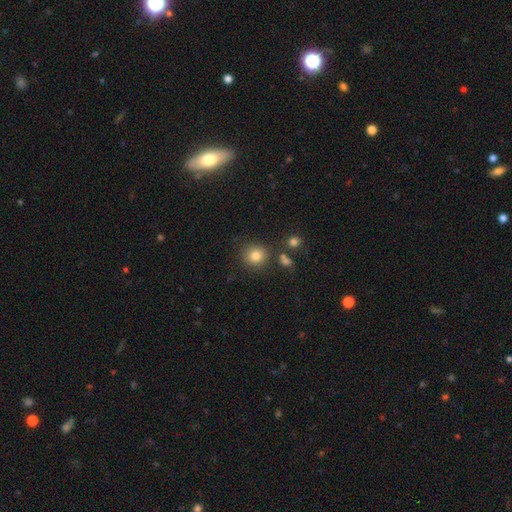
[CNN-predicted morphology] Smooth or featured?
  - smooth: 83% *
  - star or artifact: 11%
  - featured or disk: 6%
How rounded?
  - round: 86% *
  - in between: 13%
  - cigar-shaped: 1%
Merging?
  - none: 80% *
  - minor disturbance: 10%
  - merger: 6%
  - major disturbance: 4%